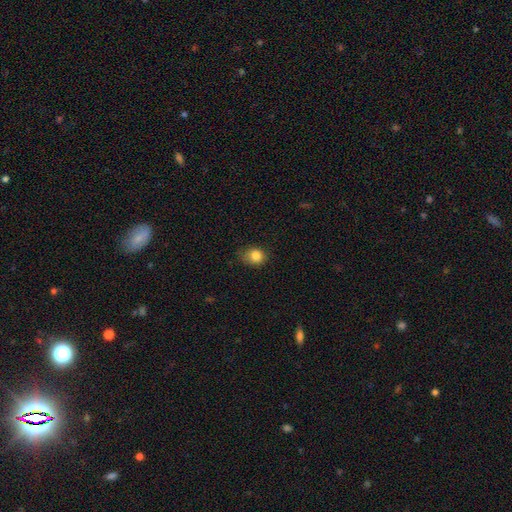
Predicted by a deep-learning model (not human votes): Smooth or featured? smooth (83%)
How rounded? round (68%)
Merging? none (64%)